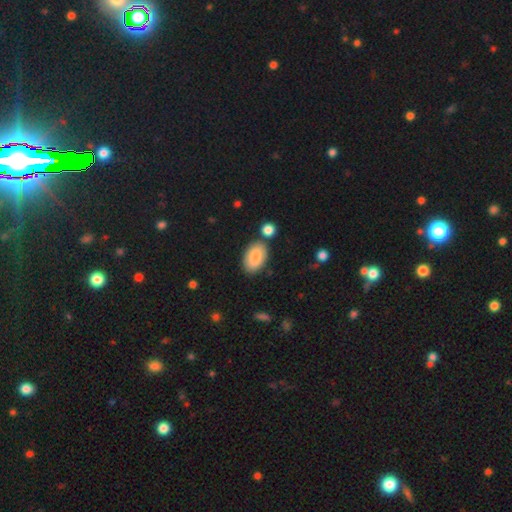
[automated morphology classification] This appears to be a smooth galaxy with no disk features (85%) that is in between round and cigar-shaped (94%). Merging: none (77%).